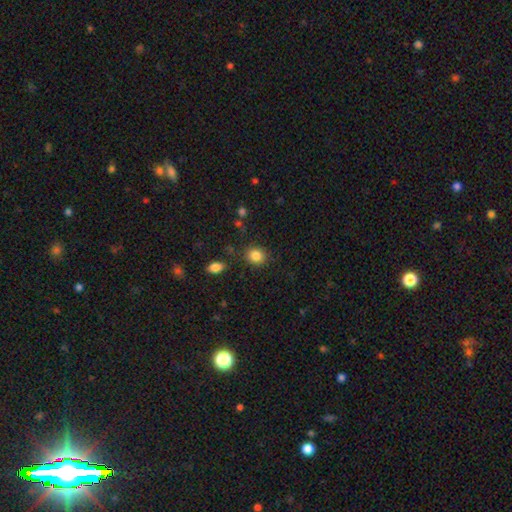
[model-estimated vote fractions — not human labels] Smooth or featured: smooth — 85% (star or artifact — 10%)
How rounded: round — 72% (in between — 27%)
Merging: none — 85% (minor disturbance — 9%)